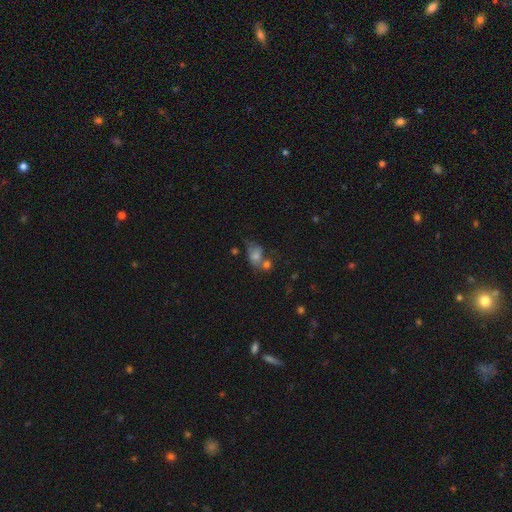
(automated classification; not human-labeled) Smooth or featured?
  - smooth: 61% *
  - featured or disk: 22%
  - star or artifact: 17%
How rounded?
  - in between: 71% *
  - round: 26%
  - cigar-shaped: 3%
Merging?
  - merger: 36% *
  - none: 34%
  - minor disturbance: 18%
  - major disturbance: 13%